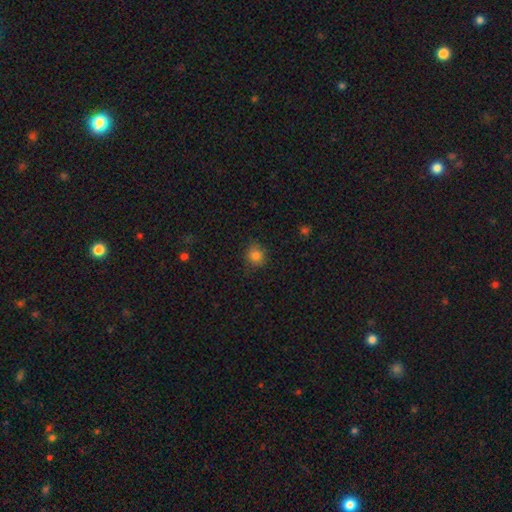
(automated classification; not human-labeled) Q: Smooth or featured?
A: smooth (82%); runner-up: star or artifact (13%)
Q: How rounded?
A: round (83%); runner-up: in between (16%)
Q: Merging?
A: none (80%); runner-up: minor disturbance (15%)